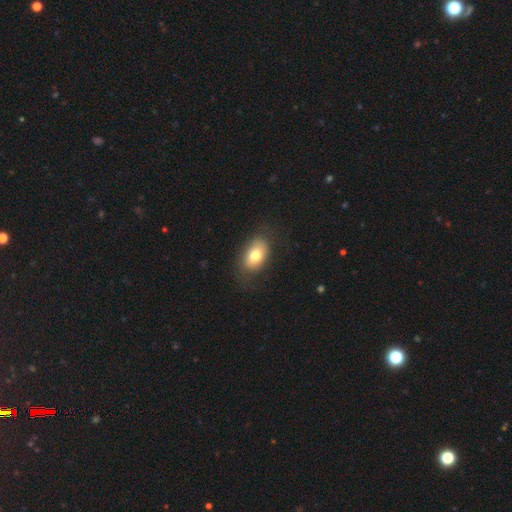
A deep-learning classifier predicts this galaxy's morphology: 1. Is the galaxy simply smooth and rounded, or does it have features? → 75% smooth, 16% featured or disk, 8% star or artifact.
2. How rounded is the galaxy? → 86% in between, 13% round, 1% cigar-shaped.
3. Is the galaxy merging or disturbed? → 76% none, 17% minor disturbance, 6% major disturbance, 1% merger.